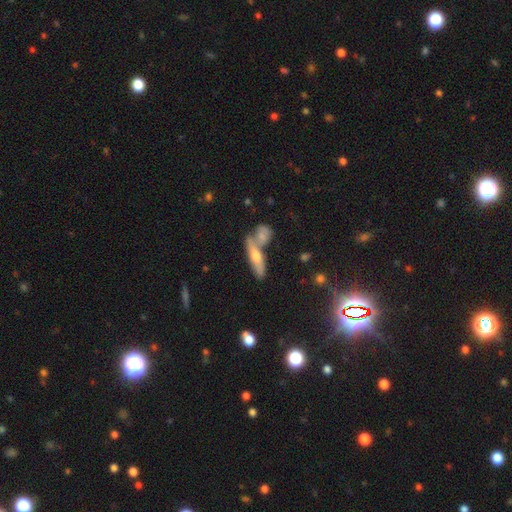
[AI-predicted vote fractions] smooth_or_featured: smooth (p=0.50) [alt: featured or disk p=0.41]
how_rounded: cigar-shaped (p=0.65) [alt: in between p=0.31]
merging: none (p=0.50) [alt: merger p=0.34]